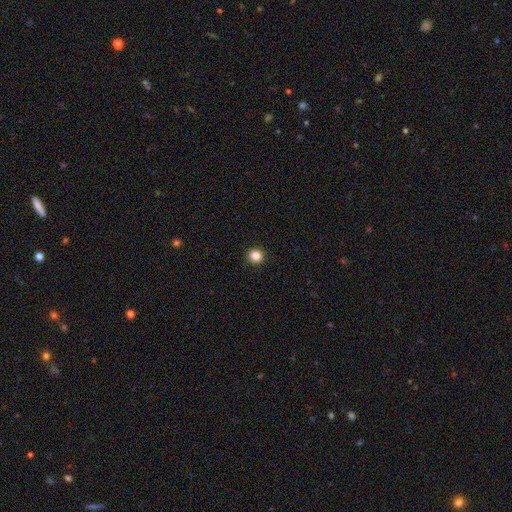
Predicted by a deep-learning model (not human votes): smooth_or_featured: smooth (p=0.86) [alt: star or artifact p=0.11]
how_rounded: round (p=0.93) [alt: in between p=0.06]
merging: none (p=0.93) [alt: minor disturbance p=0.04]